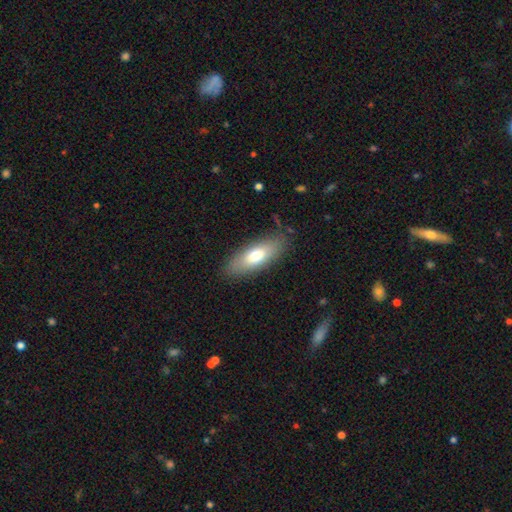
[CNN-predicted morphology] smooth-or-featured: smooth: 71% | featured or disk: 22% | star or artifact: 7%
  how-rounded: in between: 71% | cigar-shaped: 27% | round: 2%
  merging: none: 81% | minor disturbance: 14% | major disturbance: 4% | merger: 2%